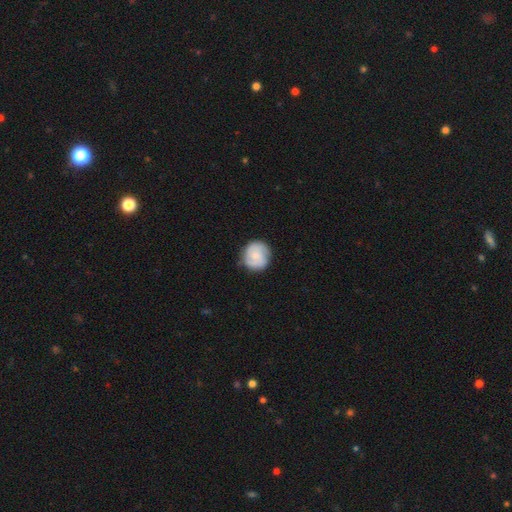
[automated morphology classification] smooth 51%, featured or disk 43%, star or artifact 6%. Down the decision tree: how rounded — round (89%); merging — none (80%).